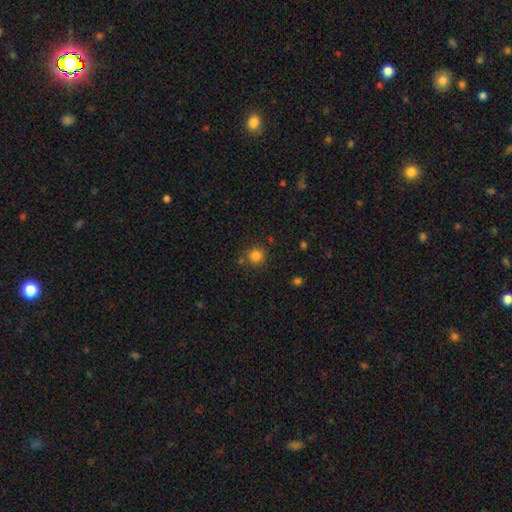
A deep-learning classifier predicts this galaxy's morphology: A smooth galaxy with no disk features (83%) that is round (93%). Merging: none (79%).